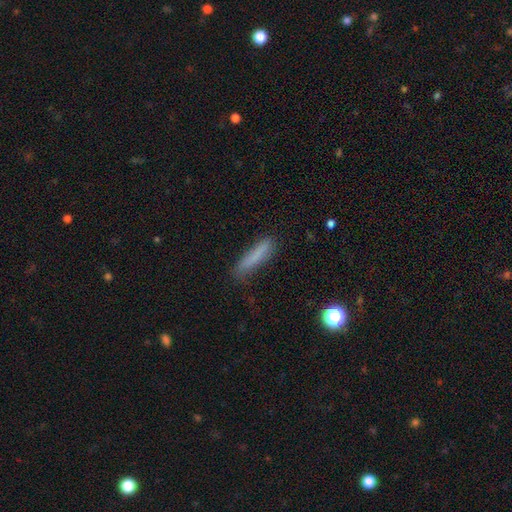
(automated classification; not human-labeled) This appears to be a smooth galaxy with no disk features (76%) that is cigar-shaped (87%). Merging: none (75%).